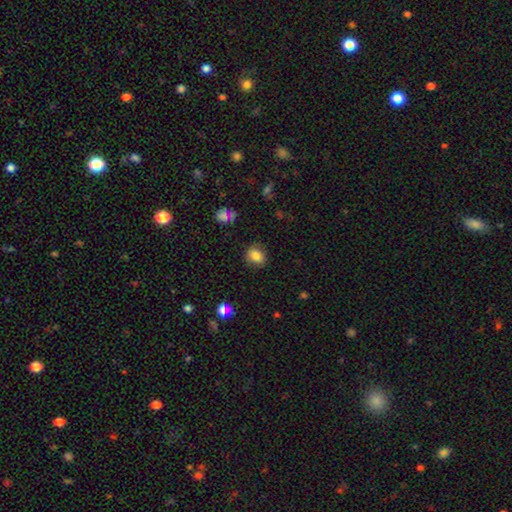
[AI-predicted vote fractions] Smooth or featured? Predicted: smooth (p=0.82). How rounded? Predicted: round (p=0.58). Merging? Predicted: none (p=0.83).